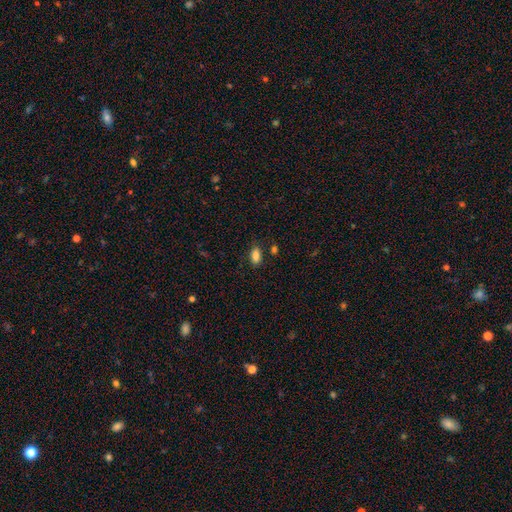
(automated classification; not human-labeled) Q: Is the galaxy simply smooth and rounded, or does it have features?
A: smooth — 86%.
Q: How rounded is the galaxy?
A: in between — 90%.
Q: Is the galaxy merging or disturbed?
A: none — 82%.